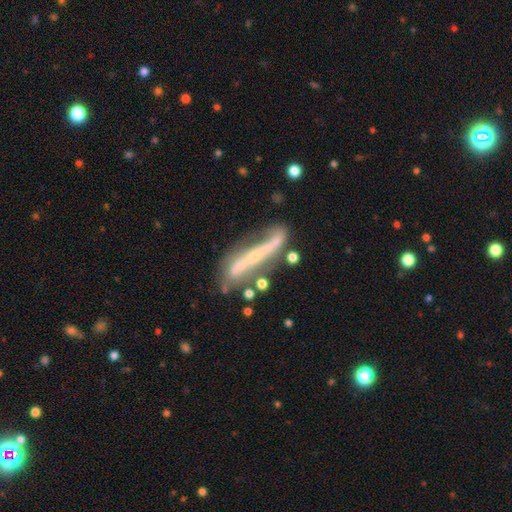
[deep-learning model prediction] This appears to be a featured or disk galaxy (75%) viewed edge-on (59%). Merging: none (58%).